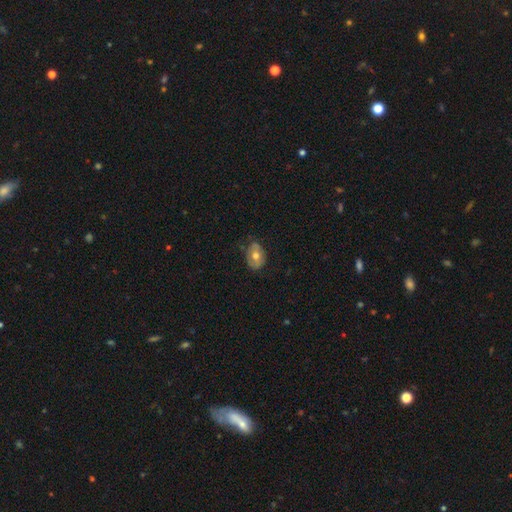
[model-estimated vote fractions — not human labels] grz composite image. It shows a smooth galaxy with no disk features (54%) that is in between round and cigar-shaped (72%). Merging: none (68%).